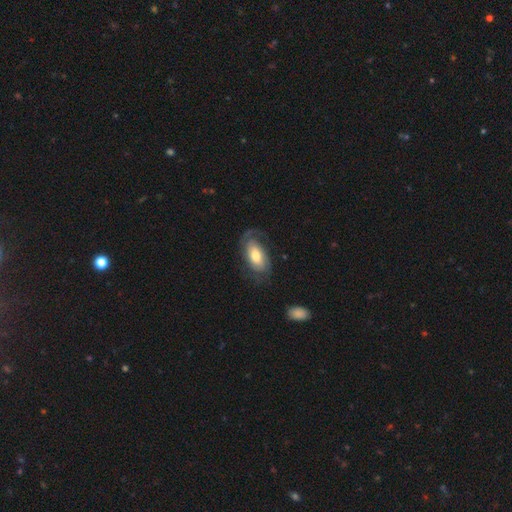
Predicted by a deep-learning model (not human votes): A featured or disk galaxy (60%) with no bar (60%), spiral arms (84%) and a moderate central bulge (62%).

Vote fractions:
- Smooth or featured? featured or disk: 60% / smooth: 35% / star or artifact: 6%
- Edge-on disk? no: 93% / yes: 7%
- Bar? no: 60% / weak: 29% / strong: 11%
- Spiral arms? yes: 84% / no: 16%
- Bulge size? moderate: 62% / large: 21% / small: 13% / dominant: 2% / none: 1%
- Merging? none: 63% / minor disturbance: 19% / major disturbance: 16% / merger: 2%